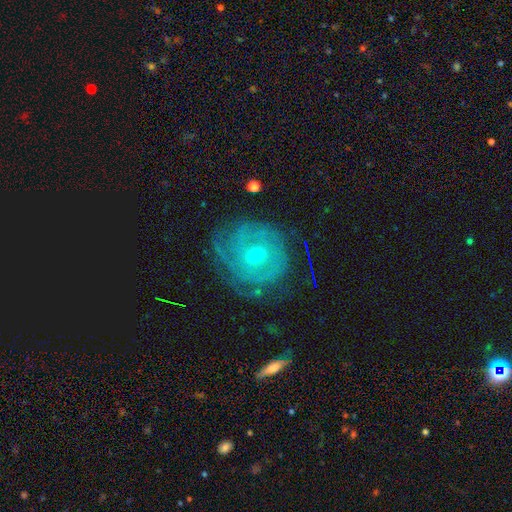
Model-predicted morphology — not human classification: The model was most divided on "bulge size": moderate: 50%, small: 46%, large: 2%, none: 1%, dominant: 1%. Remaining: edge-on disk — no (96%); spiral arms — yes (86%); smooth or featured — featured or disk (79%); spiral winding — tight (70%); merging — none (67%); bar — weak (49%); spiral arm count — can't tell (46%).